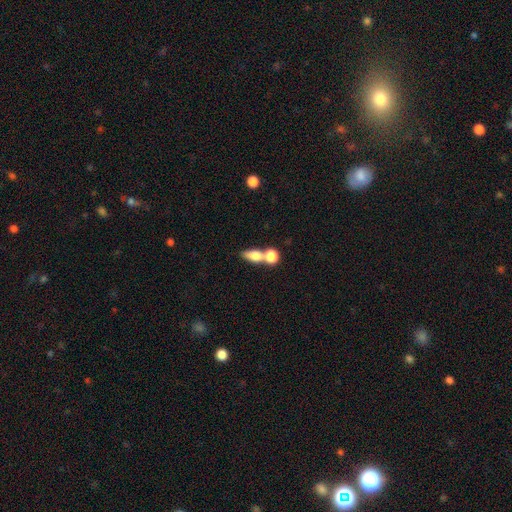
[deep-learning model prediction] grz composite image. It shows a smooth galaxy with no disk features (76%) that is in between round and cigar-shaped (65%). Merging: merger (58%).